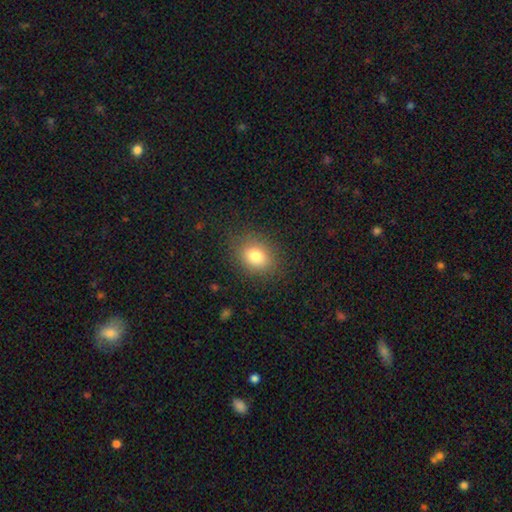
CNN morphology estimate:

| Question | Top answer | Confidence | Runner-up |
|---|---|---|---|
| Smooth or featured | smooth | 80% | star or artifact (11%) |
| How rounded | in between | 53% | round (46%) |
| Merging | none | 83% | minor disturbance (11%) |